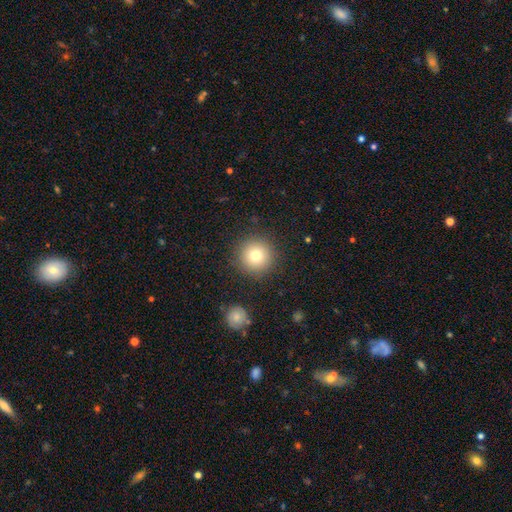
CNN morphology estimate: Smooth or featured: smooth — 78% (star or artifact — 12%)
How rounded: round — 96% (in between — 3%)
Merging: none — 89% (minor disturbance — 7%)